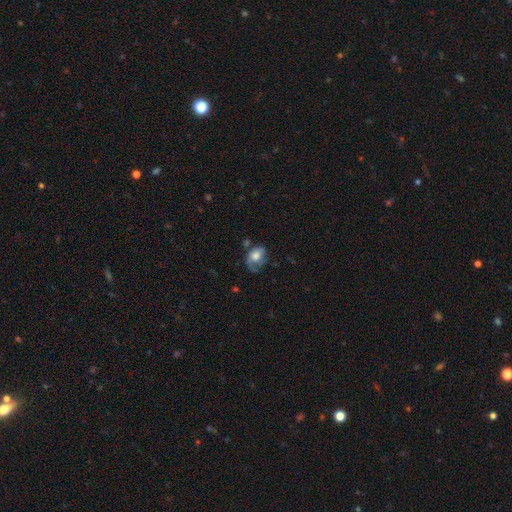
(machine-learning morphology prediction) This is possibly a smooth galaxy (56%). How rounded: likely in between (67%). Merging: marginally none (35%).